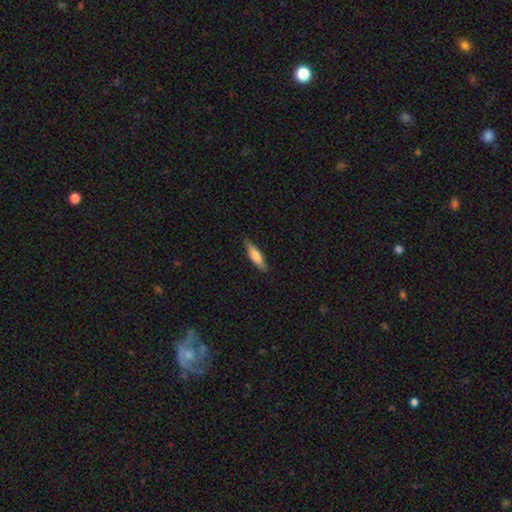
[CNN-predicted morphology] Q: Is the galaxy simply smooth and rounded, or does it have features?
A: smooth — 73%.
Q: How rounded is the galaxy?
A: cigar-shaped — 66%.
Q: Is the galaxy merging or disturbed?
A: none — 84%.